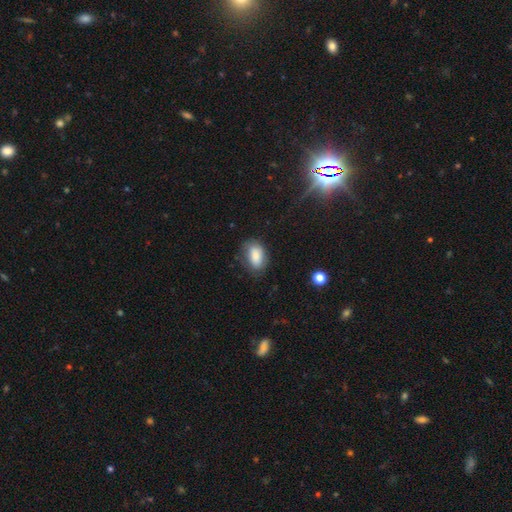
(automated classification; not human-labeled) smooth_or_featured: smooth (p=0.83) [alt: featured or disk p=0.09]
how_rounded: in between (p=0.90) [alt: round p=0.08]
merging: none (p=0.73) [alt: minor disturbance p=0.20]